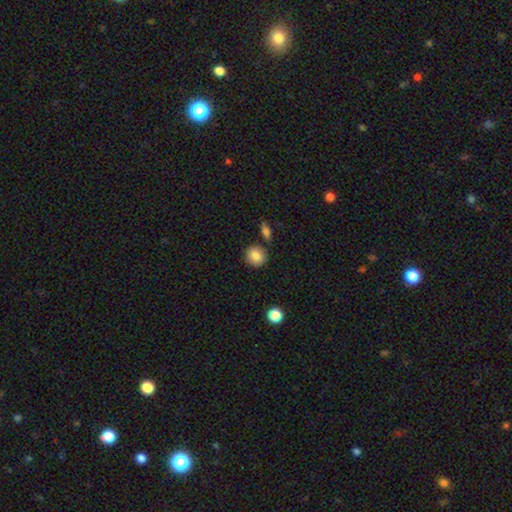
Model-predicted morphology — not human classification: This is clearly a smooth galaxy (85%). How rounded: clearly round (88%). Merging: clearly none (82%).